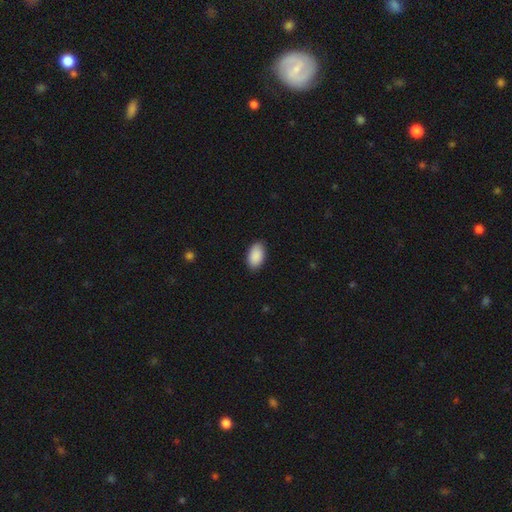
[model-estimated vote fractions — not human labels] smooth 91%, star or artifact 6%, featured or disk 3%. Down the decision tree: how rounded — in between (95%); merging — none (87%).